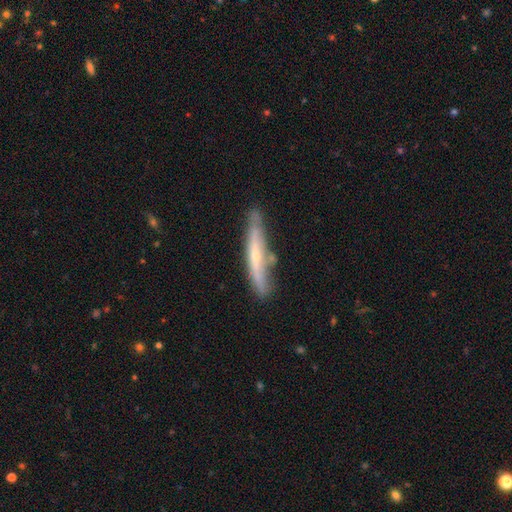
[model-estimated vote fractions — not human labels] featured or disk 57%, smooth 37%, star or artifact 6%. Down the decision tree: edge-on disk — yes (85%); merging — none (71%).